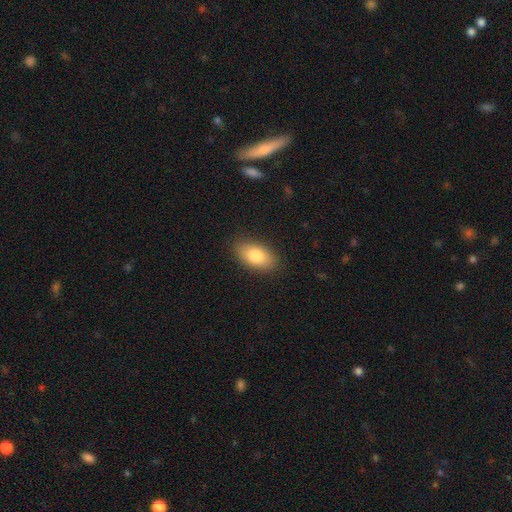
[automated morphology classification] smooth 80%, featured or disk 13%, star or artifact 7%. Down the decision tree: how rounded — in between (92%); merging — none (87%).